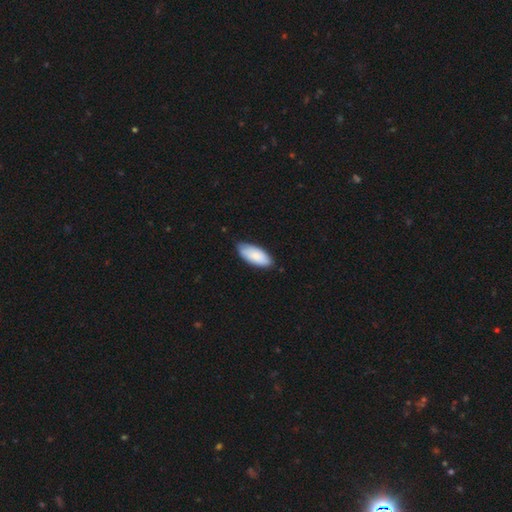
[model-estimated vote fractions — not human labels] Smooth or featured?
  - smooth: 82% *
  - featured or disk: 12%
  - star or artifact: 5%
How rounded?
  - in between: 88% *
  - cigar-shaped: 10%
  - round: 2%
Merging?
  - none: 80% *
  - minor disturbance: 17%
  - major disturbance: 2%
  - merger: 1%